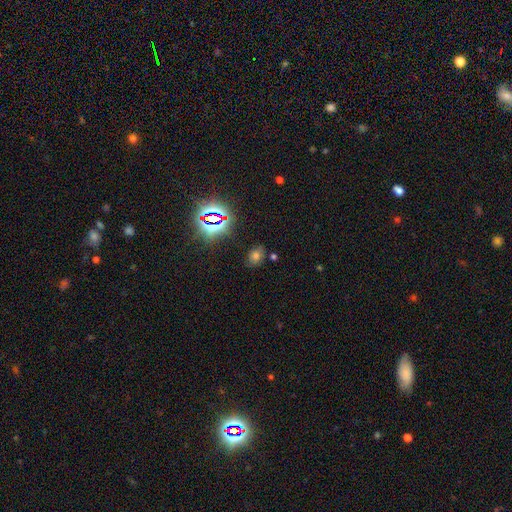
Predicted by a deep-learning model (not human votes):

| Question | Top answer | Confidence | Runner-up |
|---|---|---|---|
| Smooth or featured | smooth | 51% | star or artifact (39%) |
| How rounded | in between | 68% | round (31%) |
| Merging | none | 81% | minor disturbance (12%) |